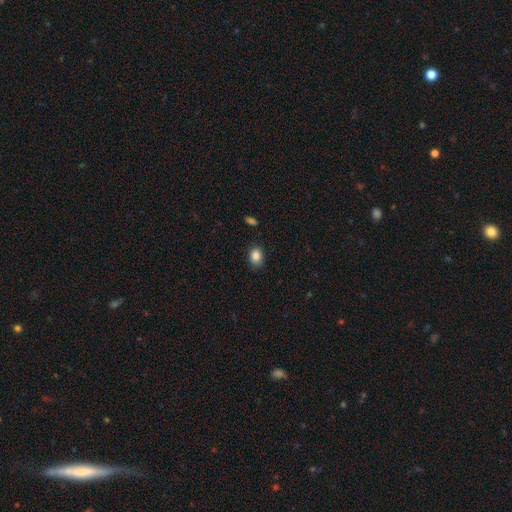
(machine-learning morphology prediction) Smooth or featured? smooth (86%)
How rounded? in between (58%)
Merging? none (83%)